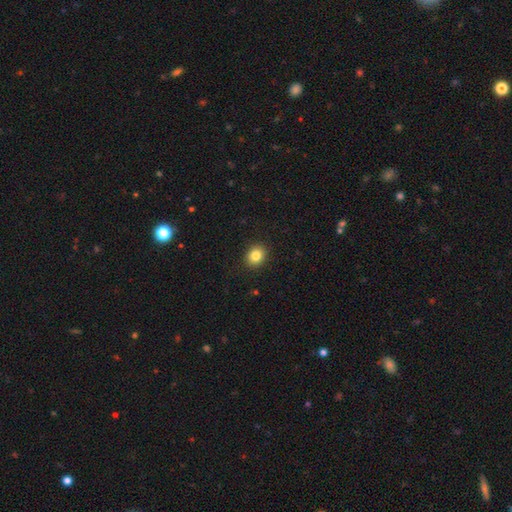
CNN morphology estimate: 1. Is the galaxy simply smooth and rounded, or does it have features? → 83% smooth, 10% star or artifact, 6% featured or disk.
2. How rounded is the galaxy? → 65% round, 34% in between, 1% cigar-shaped.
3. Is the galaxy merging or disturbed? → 91% none, 7% minor disturbance, 2% major disturbance, 1% merger.